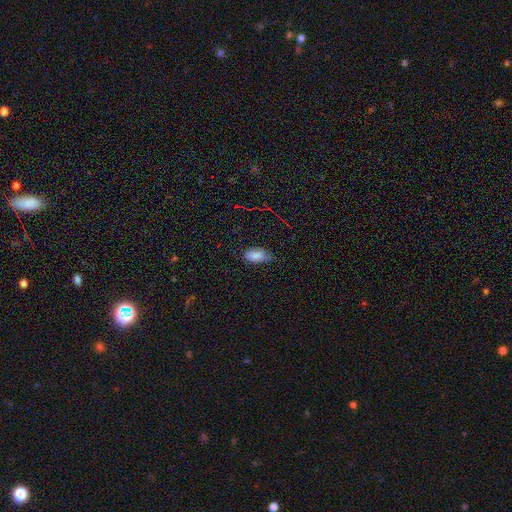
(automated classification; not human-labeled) Overall: smooth (85%). How rounded: in between (92%). Merging: none (64%; minor disturbance 29%).